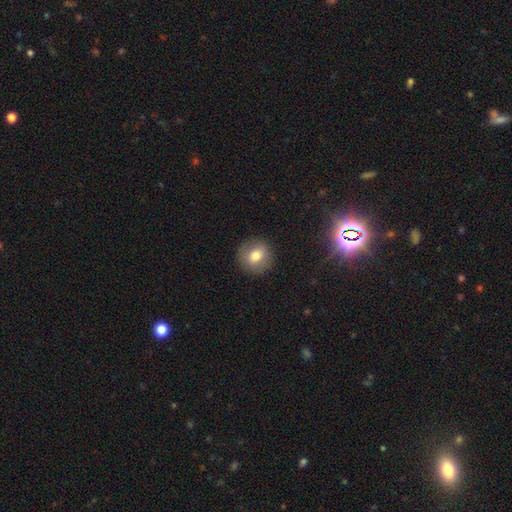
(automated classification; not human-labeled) Smooth or featured? smooth (73%)
How rounded? round (88%)
Merging? none (89%)